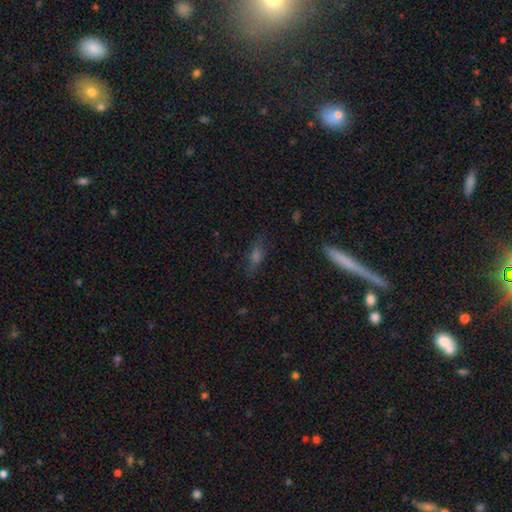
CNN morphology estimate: Smooth or featured: smooth — 49% (featured or disk — 34%)
Merging: none — 77% (minor disturbance — 15%)